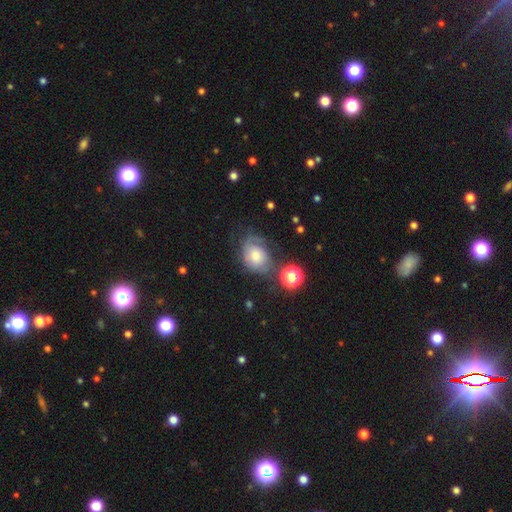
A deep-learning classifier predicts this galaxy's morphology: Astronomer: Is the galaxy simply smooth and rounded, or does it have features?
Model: featured or disk — 45% (runner-up: smooth, 44%).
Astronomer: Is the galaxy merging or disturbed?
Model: none — 44% (runner-up: minor disturbance, 28%).